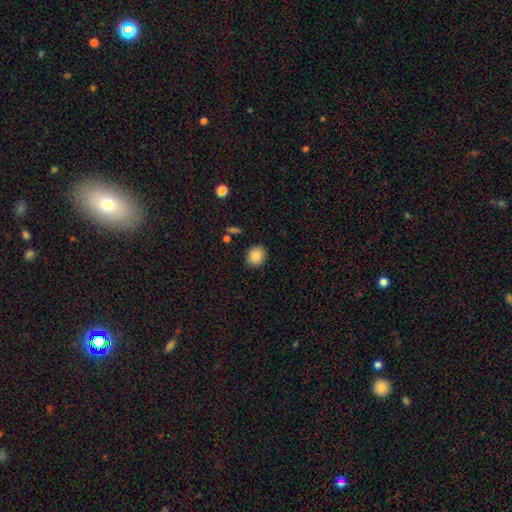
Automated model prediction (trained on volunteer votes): Smooth or featured: smooth — 87% (star or artifact — 9%)
How rounded: round — 79% (in between — 20%)
Merging: none — 90% (minor disturbance — 7%)